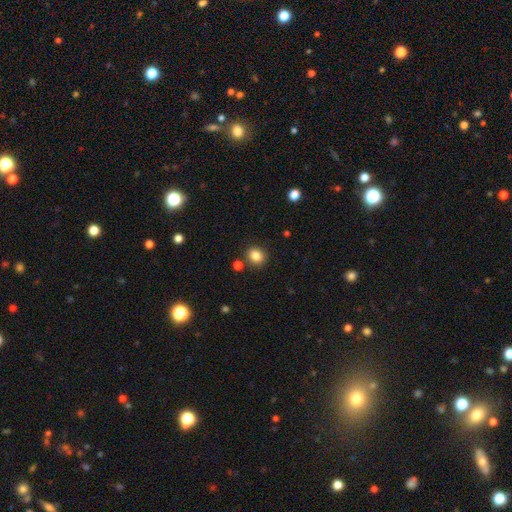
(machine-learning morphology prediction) A smooth galaxy with no disk features (84%) that is round (76%).

Vote fractions:
- Smooth or featured? smooth: 84% / star or artifact: 11% / featured or disk: 5%
- How rounded? round: 76% / in between: 23% / cigar-shaped: 1%
- Merging? none: 84% / minor disturbance: 8% / merger: 5% / major disturbance: 3%